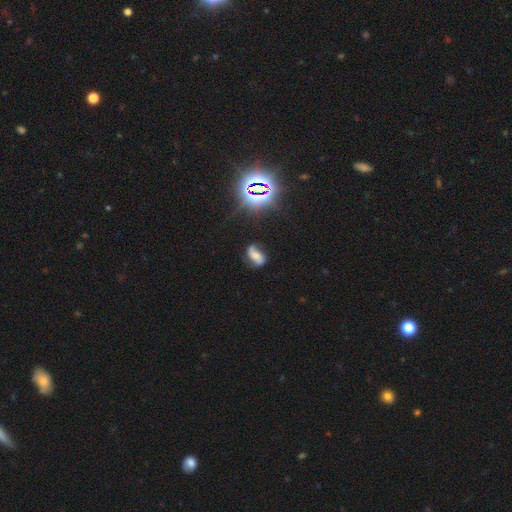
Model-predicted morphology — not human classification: Smooth or featured: featured or disk — 51% (smooth — 29%)
Edge-on disk: no — 94% (yes — 6%)
Merging: none — 63% (minor disturbance — 23%)